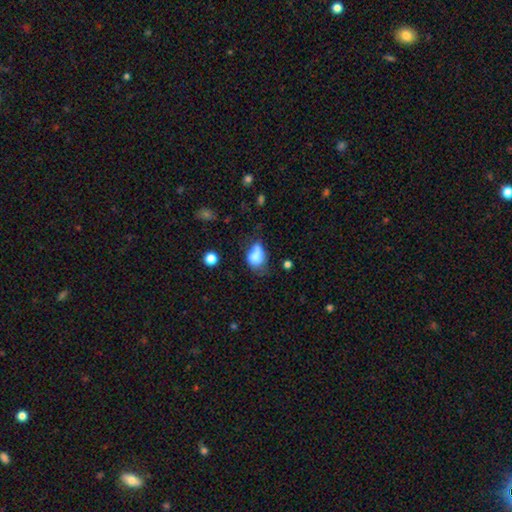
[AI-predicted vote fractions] Smooth or featured? smooth (74%)
How rounded? in between (73%)
Merging? minor disturbance (32%)